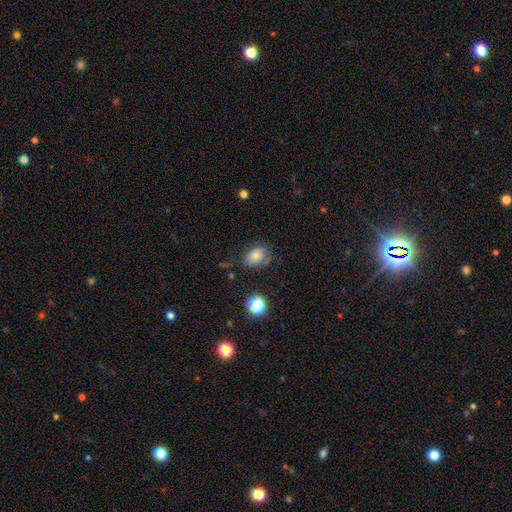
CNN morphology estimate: type=smooth (79%); roundness=in between (69%); merging=none (64%).